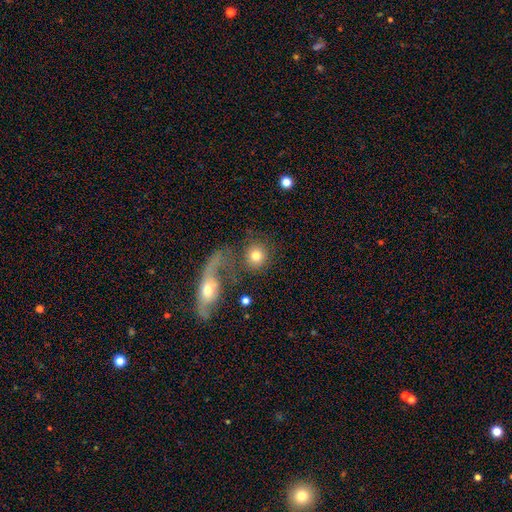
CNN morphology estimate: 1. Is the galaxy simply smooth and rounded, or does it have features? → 74% smooth, 18% featured or disk, 8% star or artifact.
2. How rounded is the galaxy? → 88% round, 10% in between, 2% cigar-shaped.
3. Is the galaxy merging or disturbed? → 55% none, 23% merger, 12% major disturbance, 10% minor disturbance.